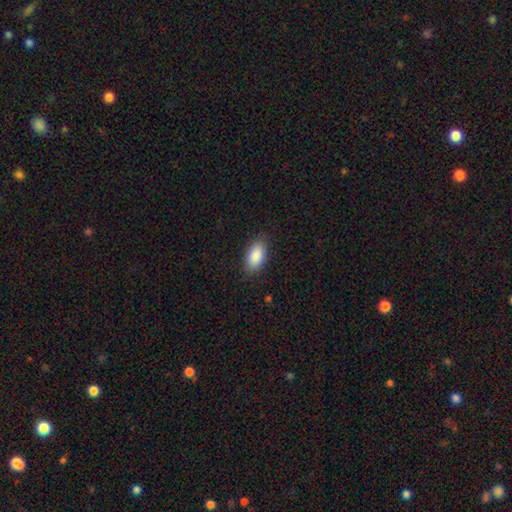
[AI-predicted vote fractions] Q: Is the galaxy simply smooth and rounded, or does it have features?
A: smooth — 88%.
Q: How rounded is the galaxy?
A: in between — 94%.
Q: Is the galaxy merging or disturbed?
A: none — 85%.